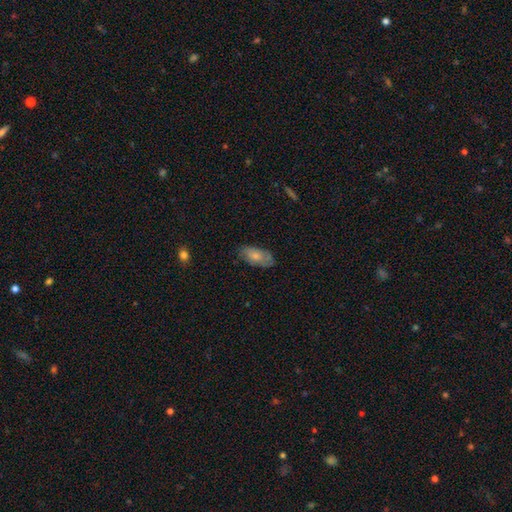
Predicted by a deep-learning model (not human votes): Smooth or featured? Predicted: smooth (p=0.70). How rounded? Predicted: in between (p=0.91). Merging? Predicted: none (p=0.72).